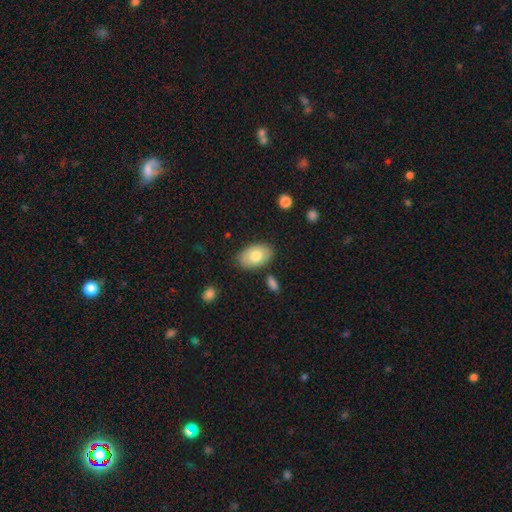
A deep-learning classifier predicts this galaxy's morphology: smooth-or-featured: smooth: 75% | featured or disk: 19% | star or artifact: 6%
  how-rounded: in between: 91% | round: 8% | cigar-shaped: 1%
  merging: none: 82% | minor disturbance: 12% | merger: 3% | major disturbance: 3%